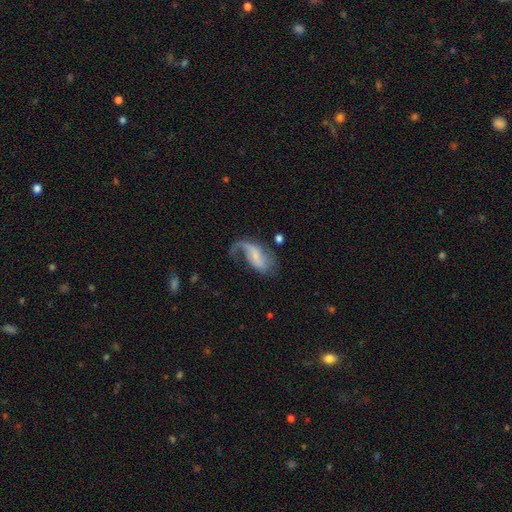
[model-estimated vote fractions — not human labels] featured or disk 72%, smooth 22%, star or artifact 7%. Down the decision tree: edge-on disk — no (96%); bar — no (45%); spiral arms — yes (89%); spiral arm count — 1 (55%); spiral winding — loose (69%); bulge size — small (54%); merging — major disturbance (40%).